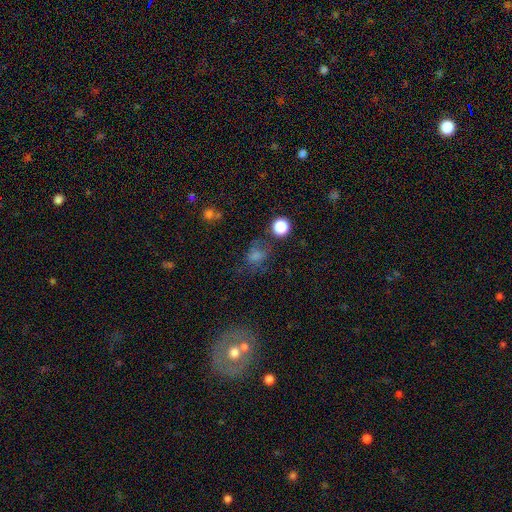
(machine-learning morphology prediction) This appears to be a smooth galaxy with no disk features (54%) that is in between round and cigar-shaped (50%). Merging: none (58%).